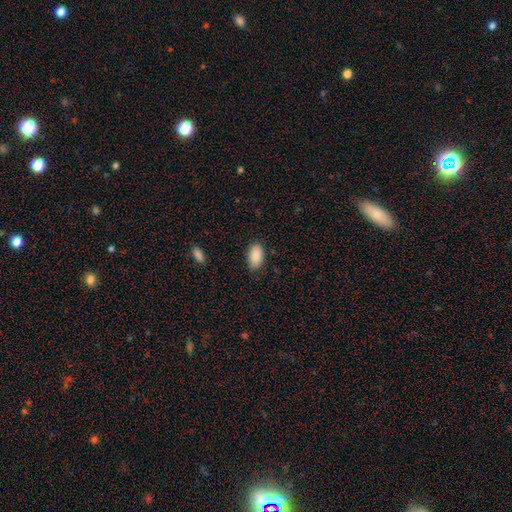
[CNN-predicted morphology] Q: Smooth or featured?
A: smooth (90%); runner-up: star or artifact (7%)
Q: How rounded?
A: in between (94%); runner-up: round (5%)
Q: Merging?
A: none (81%); runner-up: minor disturbance (15%)